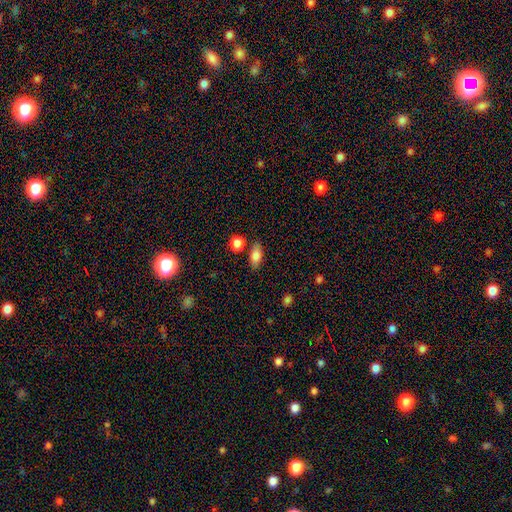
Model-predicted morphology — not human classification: This is clearly a smooth galaxy (83%). How rounded: clearly in between (86%). Merging: likely none (79%).